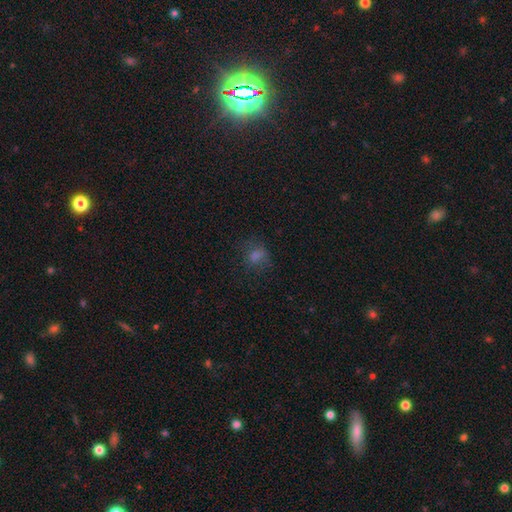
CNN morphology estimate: Smooth or featured? smooth (61%)
How rounded? round (63%)
Merging? none (69%)